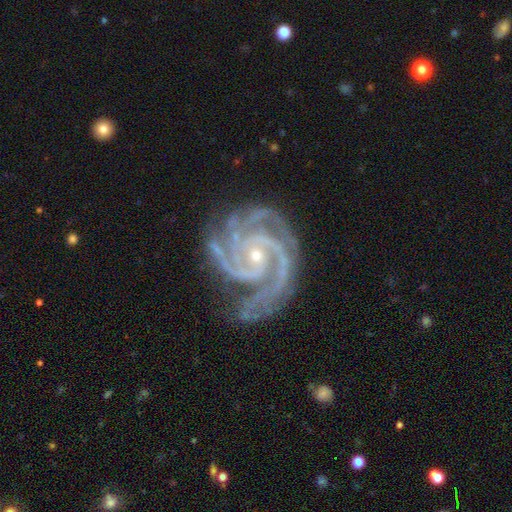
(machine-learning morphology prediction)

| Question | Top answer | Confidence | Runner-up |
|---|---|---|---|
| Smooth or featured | featured or disk | 94% | star or artifact (4%) |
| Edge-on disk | no | 98% | yes (2%) |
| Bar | no | 66% | weak (23%) |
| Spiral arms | yes | 99% | no (1%) |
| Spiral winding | tight | 69% | medium (29%) |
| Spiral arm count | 3 | 43% | 4 (21%) |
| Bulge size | small | 74% | moderate (23%) |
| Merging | none | 69% | minor disturbance (20%) |